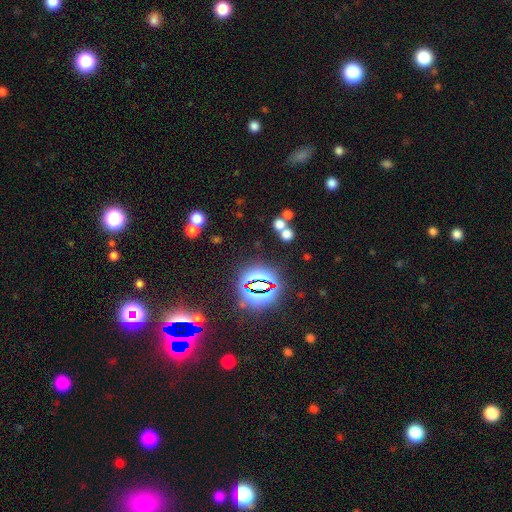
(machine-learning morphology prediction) type=star or artifact (80%).